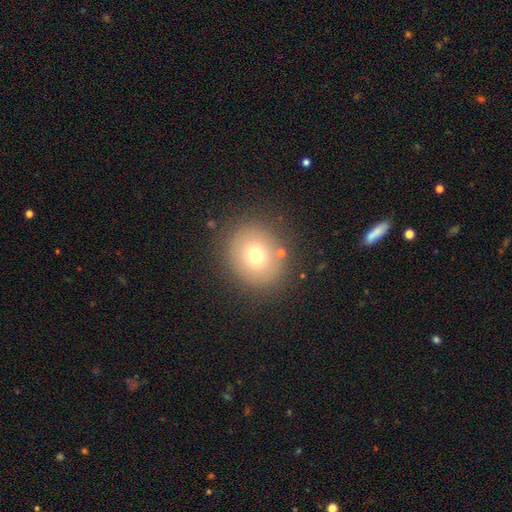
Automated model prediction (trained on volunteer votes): This appears to be a smooth galaxy with no disk features (71%) that is round (83%). Merging: none (84%).